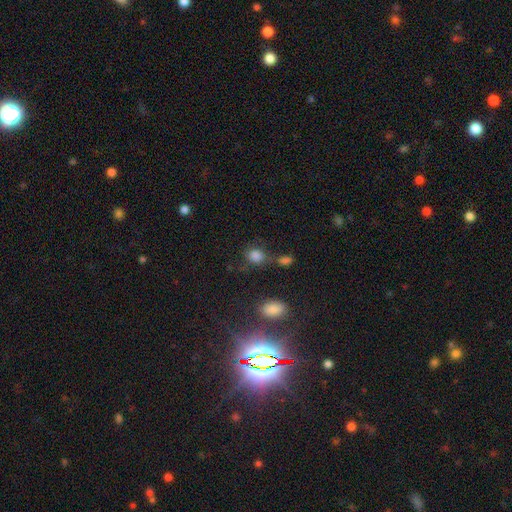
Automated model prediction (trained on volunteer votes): Morphology: type=smooth (82%); roundness=round (60%); merging=none (53%).